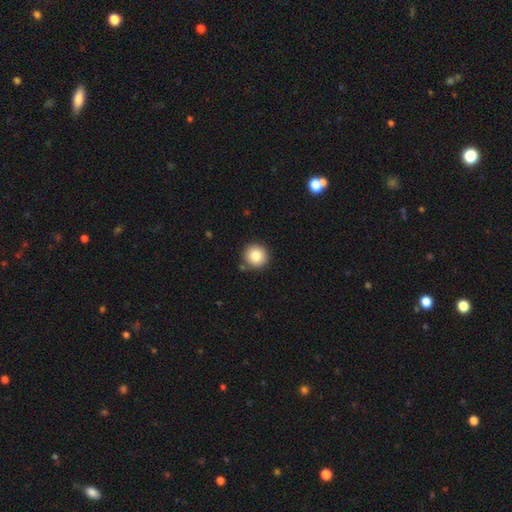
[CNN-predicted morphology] A smooth galaxy with no disk features (81%) that is round (95%). Merging: none (86%).